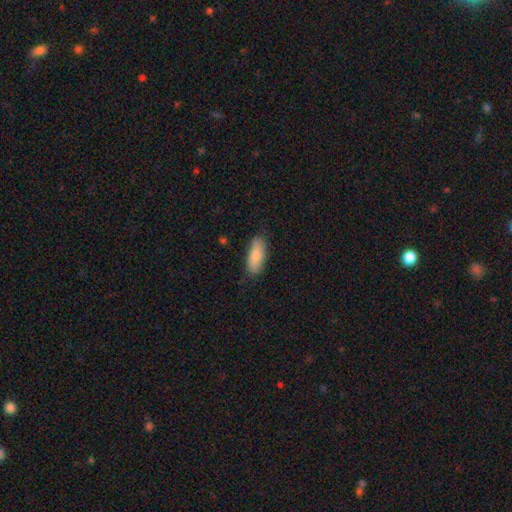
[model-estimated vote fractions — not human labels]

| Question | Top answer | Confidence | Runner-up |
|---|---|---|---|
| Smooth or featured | smooth | 83% | featured or disk (11%) |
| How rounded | in between | 75% | cigar-shaped (23%) |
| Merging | none | 79% | minor disturbance (16%) |